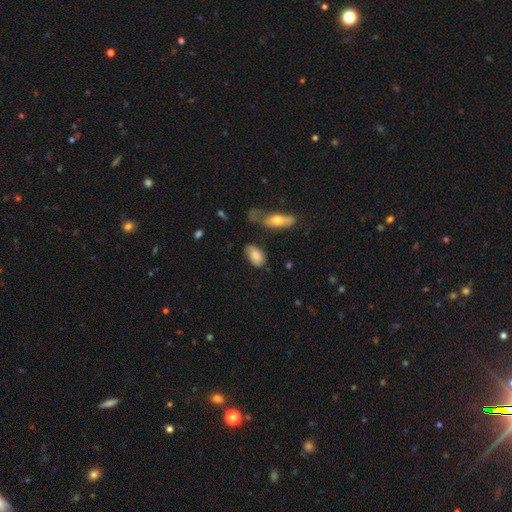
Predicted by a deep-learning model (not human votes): This is likely a smooth galaxy (77%). How rounded: clearly in between (91%). Merging: likely none (60%).